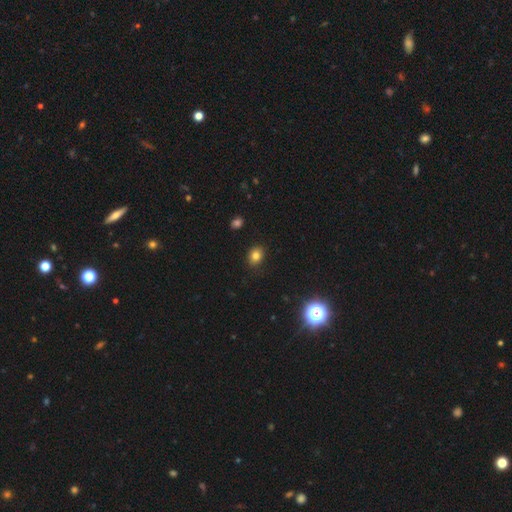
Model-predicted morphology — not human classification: type=smooth (80%); roundness=in between (53%); merging=none (87%).